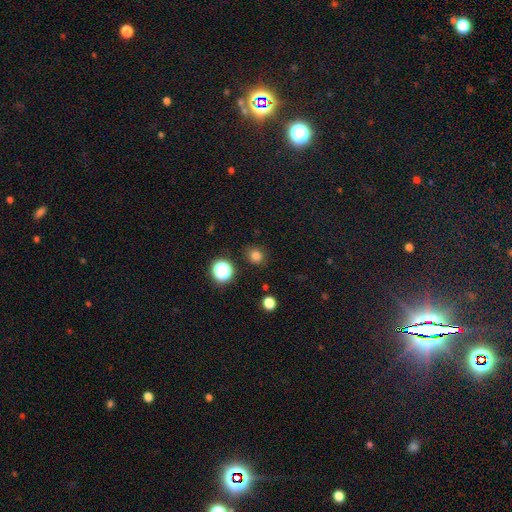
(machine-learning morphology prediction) smooth-or-featured: smooth: 79% | star or artifact: 17% | featured or disk: 4%
  how-rounded: round: 80% | in between: 19% | cigar-shaped: 1%
  merging: none: 85% | minor disturbance: 10% | major disturbance: 3% | merger: 2%